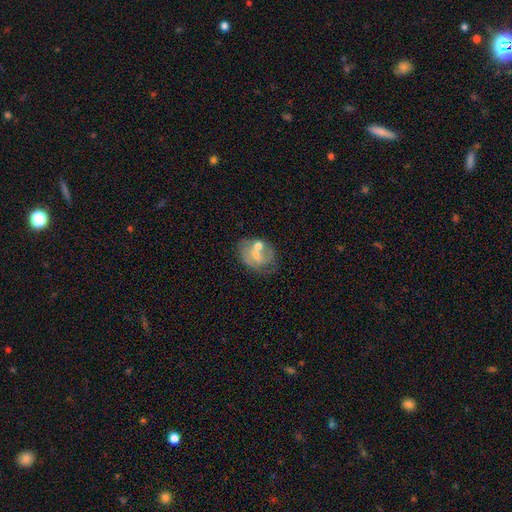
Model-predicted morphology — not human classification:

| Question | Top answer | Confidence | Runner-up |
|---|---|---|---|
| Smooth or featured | featured or disk | 55% | smooth (37%) |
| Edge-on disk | no | 97% | yes (3%) |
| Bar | no | 54% | weak (36%) |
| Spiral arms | yes | 53% | no (47%) |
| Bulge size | small | 43% | moderate (41%) |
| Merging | none | 38% | merger (25%) |